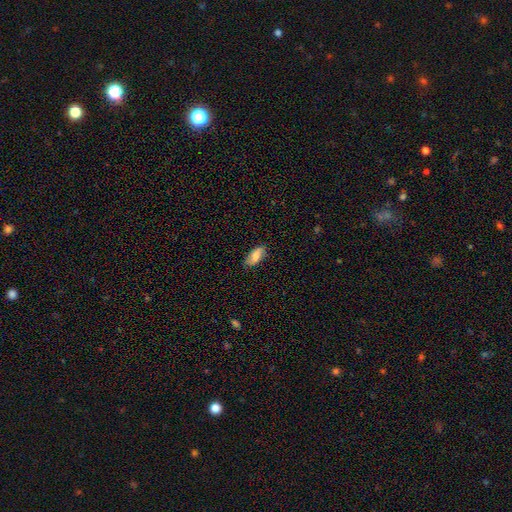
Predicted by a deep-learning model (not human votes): This is likely a smooth galaxy (73%). How rounded: clearly in between (85%). Merging: clearly none (82%).